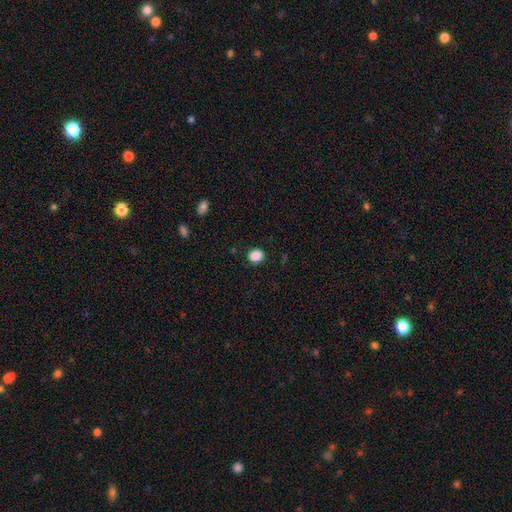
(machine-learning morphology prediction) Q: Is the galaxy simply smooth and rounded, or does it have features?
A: smooth — 88%.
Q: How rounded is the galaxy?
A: round — 62%.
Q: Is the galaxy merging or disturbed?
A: none — 88%.